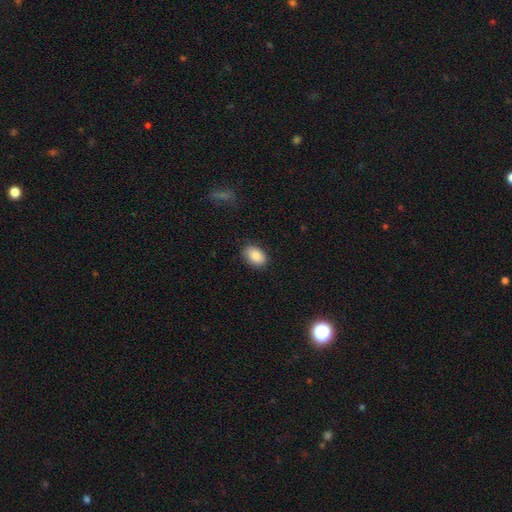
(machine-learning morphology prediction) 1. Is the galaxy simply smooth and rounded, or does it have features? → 87% smooth, 7% star or artifact, 6% featured or disk.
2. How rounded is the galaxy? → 87% in between, 12% round, 1% cigar-shaped.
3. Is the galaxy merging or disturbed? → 84% none, 12% minor disturbance, 3% major disturbance, 1% merger.